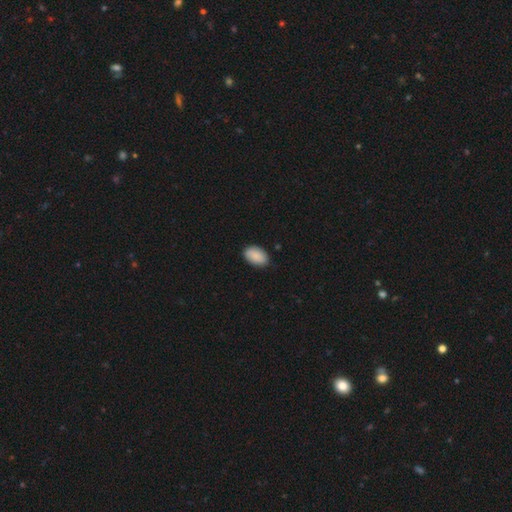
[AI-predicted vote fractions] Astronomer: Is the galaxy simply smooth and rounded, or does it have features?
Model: smooth — 89%.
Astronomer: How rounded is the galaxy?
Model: in between — 91%.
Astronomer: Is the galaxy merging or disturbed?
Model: none — 85%.